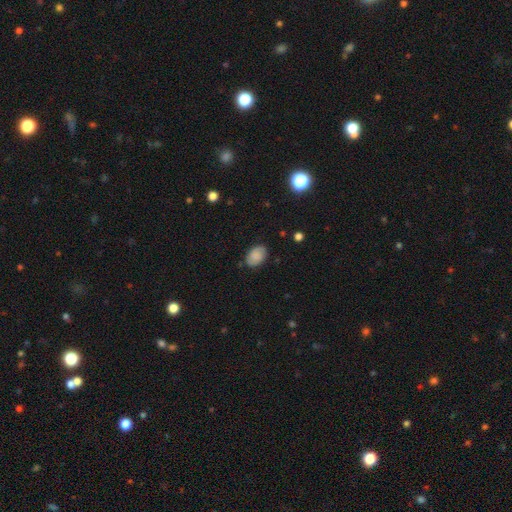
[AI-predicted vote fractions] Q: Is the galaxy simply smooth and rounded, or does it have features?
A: smooth — 68%.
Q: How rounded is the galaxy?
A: in between — 83%.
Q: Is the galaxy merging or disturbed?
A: none — 80%.